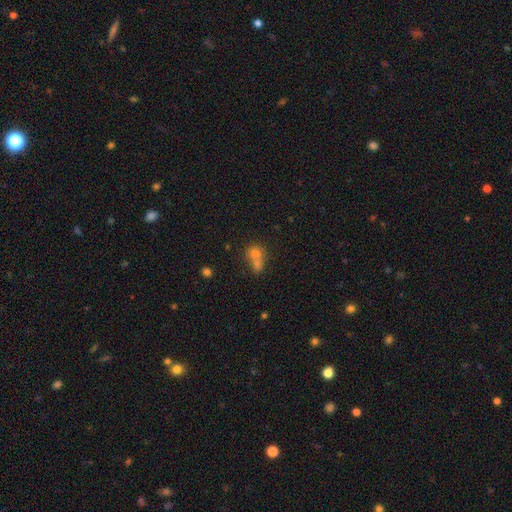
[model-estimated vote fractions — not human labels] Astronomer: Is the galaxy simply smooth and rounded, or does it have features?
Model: smooth — 71%.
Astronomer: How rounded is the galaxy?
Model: round — 63%.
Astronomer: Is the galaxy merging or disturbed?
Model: merger — 65%.